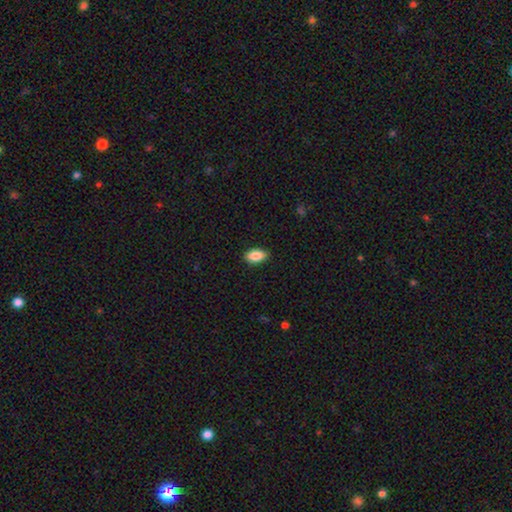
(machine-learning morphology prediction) type=smooth (87%); roundness=in between (92%); merging=none (89%).